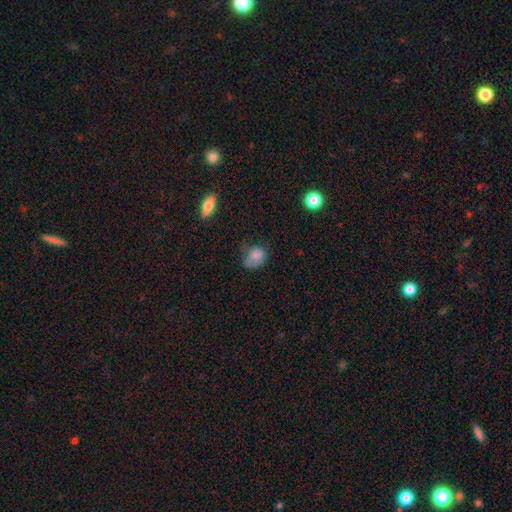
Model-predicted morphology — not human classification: smooth-or-featured: smooth: 75% | featured or disk: 14% | star or artifact: 11%
  how-rounded: in between: 54% | round: 44% | cigar-shaped: 1%
  merging: none: 38% | minor disturbance: 34% | major disturbance: 24% | merger: 4%